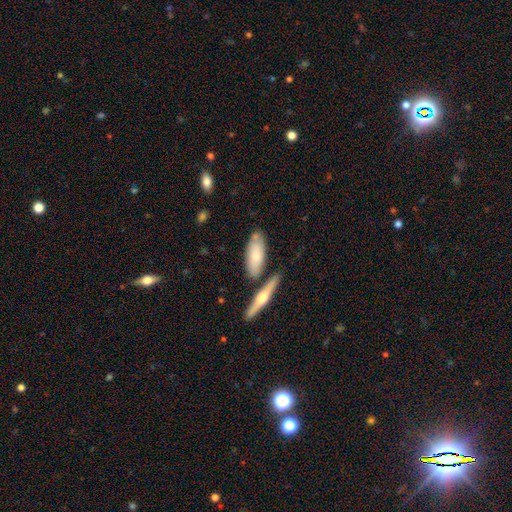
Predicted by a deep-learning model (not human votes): A smooth galaxy with no disk features (69%) that is in between round and cigar-shaped (72%).

Vote fractions:
- Smooth or featured? smooth: 69% / featured or disk: 26% / star or artifact: 5%
- How rounded? in between: 72% / cigar-shaped: 26% / round: 2%
- Merging? none: 66% / minor disturbance: 15% / merger: 15% / major disturbance: 3%